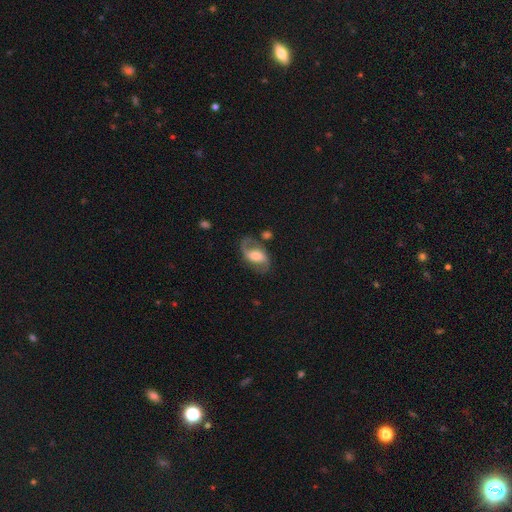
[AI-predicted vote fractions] Smooth or featured: featured or disk — 78% (smooth — 16%)
Edge-on disk: no — 96% (yes — 4%)
Bar: weak — 43% (no — 31%)
Spiral arms: yes — 92% (no — 8%)
Spiral winding: medium — 46% (loose — 40%)
Spiral arm count: 2 — 87% (1 — 7%)
Bulge size: moderate — 56% (small — 20%)
Merging: none — 69% (minor disturbance — 16%)